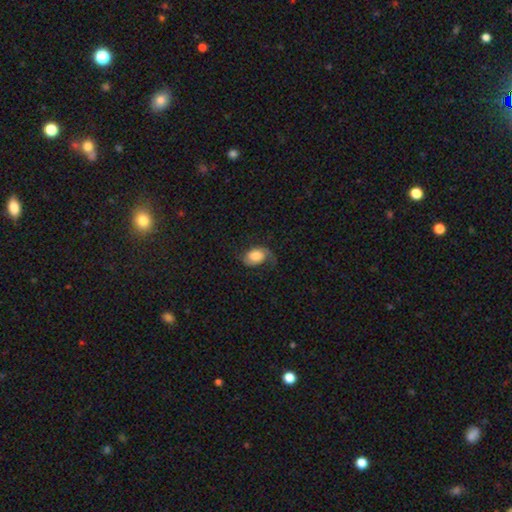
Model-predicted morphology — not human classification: featured or disk 51%, smooth 41%, star or artifact 8%. Down the decision tree: edge-on disk — no (96%); merging — none (54%).